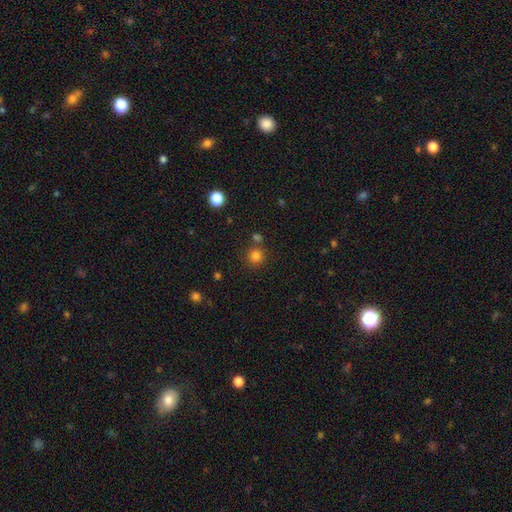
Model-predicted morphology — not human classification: Smooth or featured: smooth — 80% (star or artifact — 15%)
How rounded: round — 93% (in between — 6%)
Merging: none — 77% (merger — 12%)